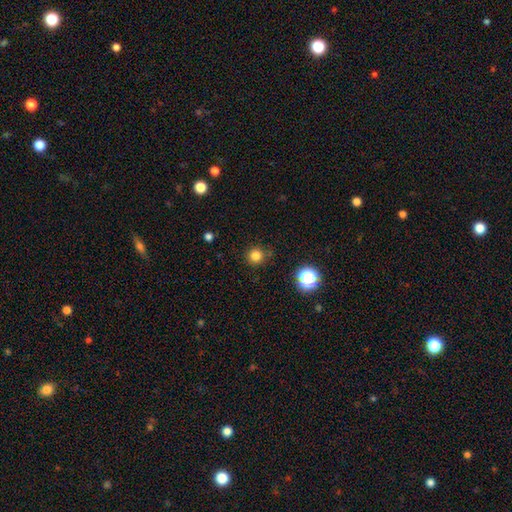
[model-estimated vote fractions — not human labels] Smooth or featured: smooth — 81% (star or artifact — 15%)
How rounded: round — 95% (in between — 4%)
Merging: none — 88% (minor disturbance — 8%)